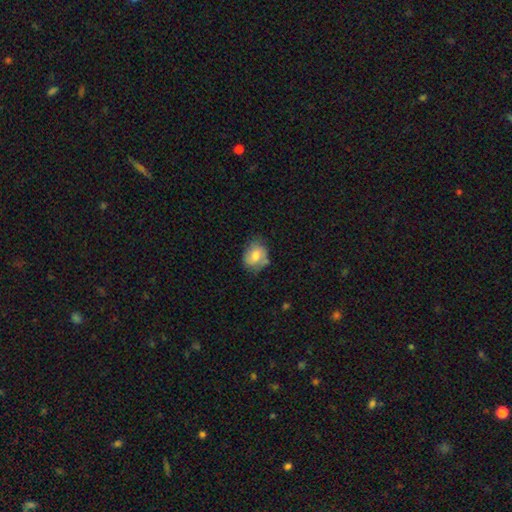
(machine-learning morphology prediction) This appears to be a smooth galaxy with no disk features (67%) that is in between round and cigar-shaped (56%). Merging: none (58%).